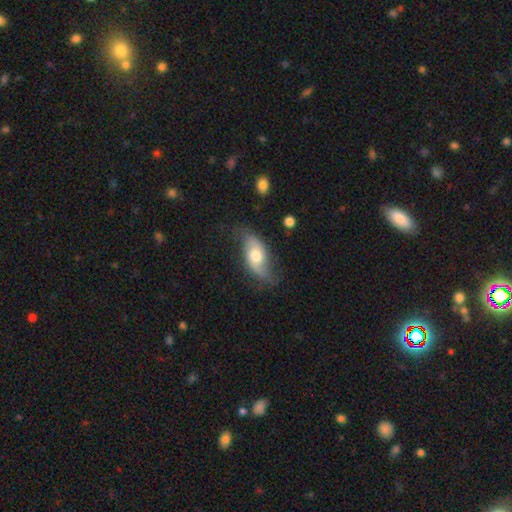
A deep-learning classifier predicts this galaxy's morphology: Overall: featured or disk (59%; smooth 35%). Edge-on disk: no (85%). Bar: no (66%; weak 26%). Spiral arms: yes (81%). Bulge size: moderate (68%). Merging: none (61%; minor disturbance 27%).